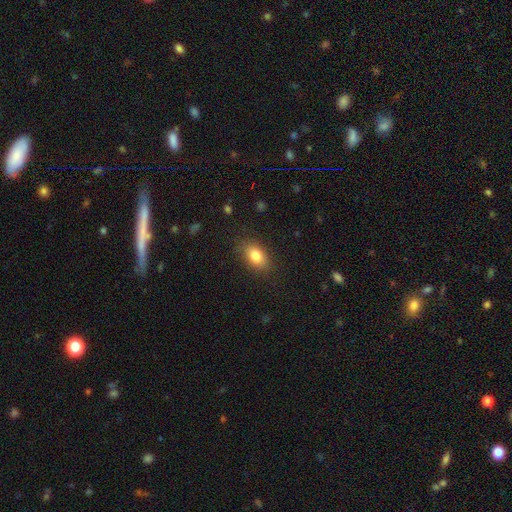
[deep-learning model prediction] Q: Smooth or featured?
A: smooth (82%); runner-up: featured or disk (9%)
Q: How rounded?
A: in between (86%); runner-up: round (12%)
Q: Merging?
A: none (86%); runner-up: minor disturbance (11%)